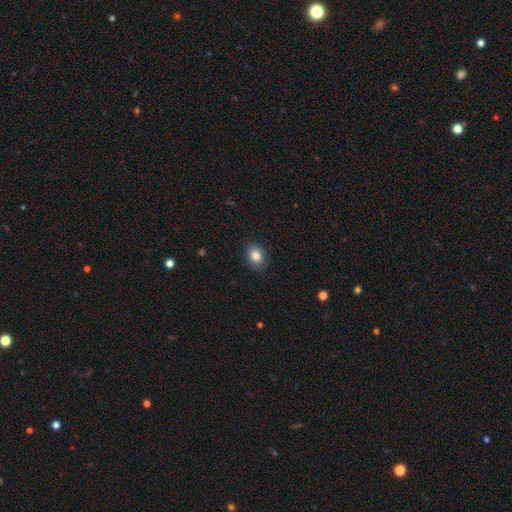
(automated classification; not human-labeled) Smooth or featured? Predicted: smooth (p=0.83). How rounded? Predicted: in between (p=0.59). Merging? Predicted: none (p=0.88).